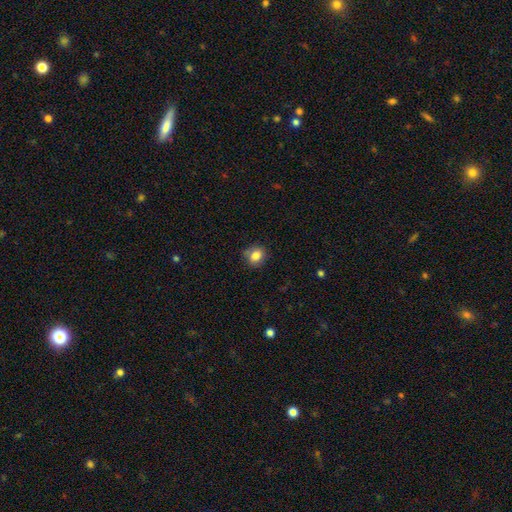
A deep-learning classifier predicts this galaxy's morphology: The model was most divided on "how rounded": round: 67%, in between: 32%, cigar-shaped: 1%. More confident: smooth or featured — smooth (82%); merging — none (78%).